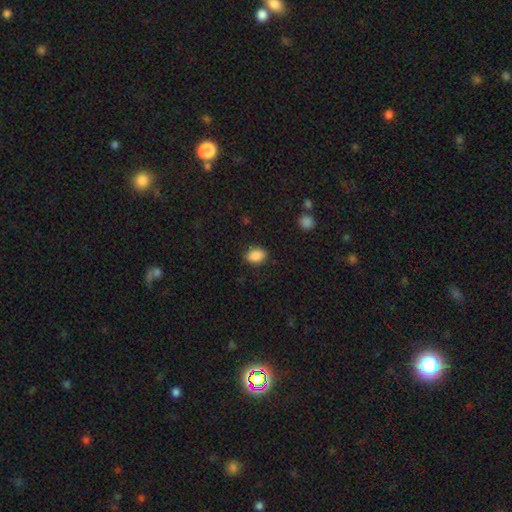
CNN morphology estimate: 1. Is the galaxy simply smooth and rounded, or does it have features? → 88% smooth, 8% star or artifact, 4% featured or disk.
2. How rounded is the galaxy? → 80% in between, 19% round, 2% cigar-shaped.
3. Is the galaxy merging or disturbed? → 83% none, 13% minor disturbance, 3% major disturbance, 1% merger.